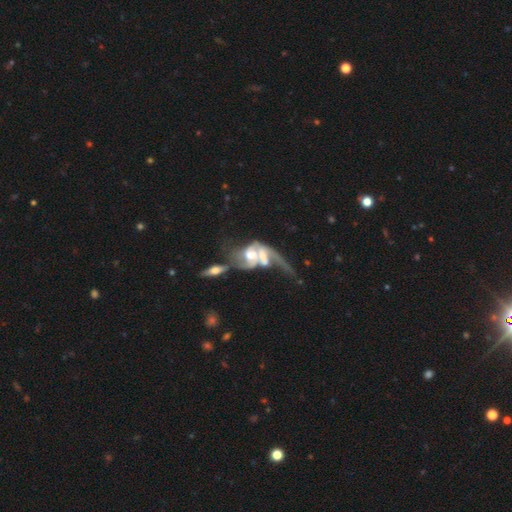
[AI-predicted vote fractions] Morphology: type=featured or disk (79%); edge-on=no (93%); bar=no (54%); spiral arms=yes (81%); winding=loose (65%); arm count=2 (63%); bulge=moderate (54%); merging=merger (65%).